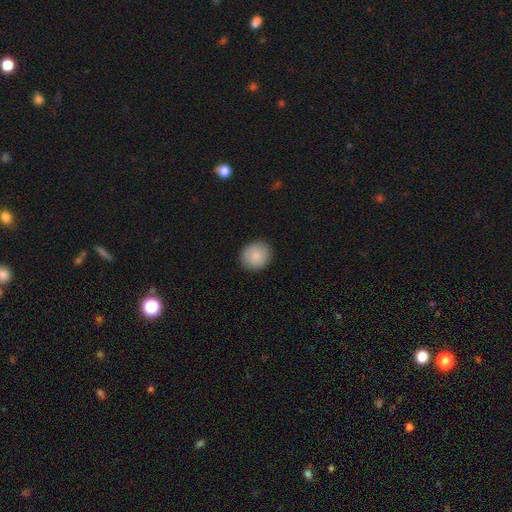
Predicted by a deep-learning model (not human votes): smooth_or_featured: smooth (p=0.87) [alt: star or artifact p=0.07]
how_rounded: round (p=0.79) [alt: in between p=0.20]
merging: none (p=0.90) [alt: minor disturbance p=0.07]